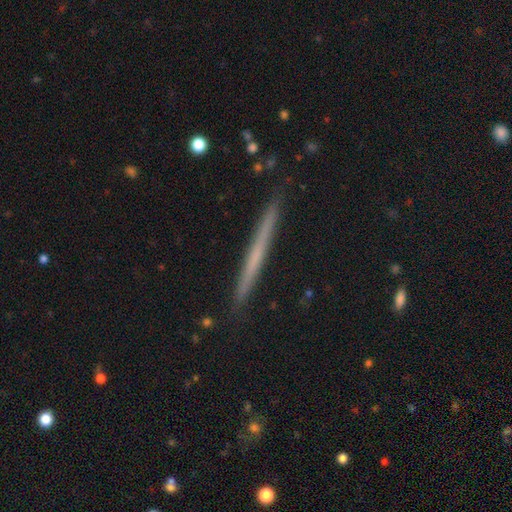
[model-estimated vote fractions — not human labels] A featured or disk galaxy (49%).

Vote fractions:
- Smooth or featured? featured or disk: 49% / smooth: 44% / star or artifact: 7%
- Merging? none: 90% / minor disturbance: 7% / major disturbance: 1% / merger: 1%